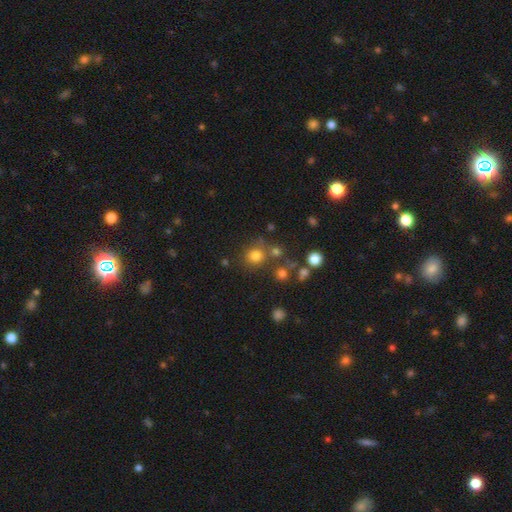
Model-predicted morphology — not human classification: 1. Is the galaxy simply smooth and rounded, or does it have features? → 76% smooth, 16% star or artifact, 8% featured or disk.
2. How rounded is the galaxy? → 86% round, 13% in between, 1% cigar-shaped.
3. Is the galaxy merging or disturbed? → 68% none, 15% merger, 11% minor disturbance, 5% major disturbance.